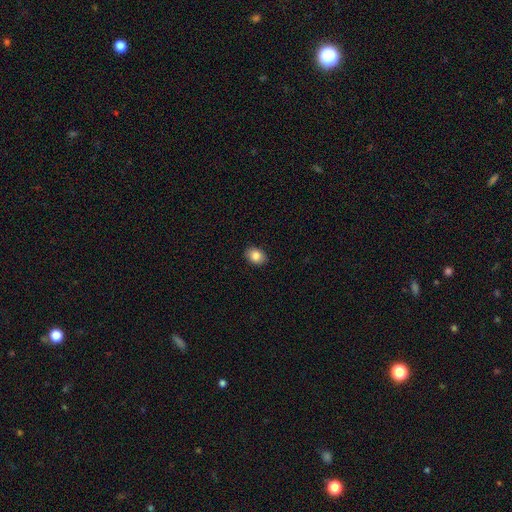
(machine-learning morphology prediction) smooth_or_featured: smooth (p=0.85) [alt: star or artifact p=0.08]
how_rounded: in between (p=0.70) [alt: round p=0.29]
merging: none (p=0.90) [alt: minor disturbance p=0.08]